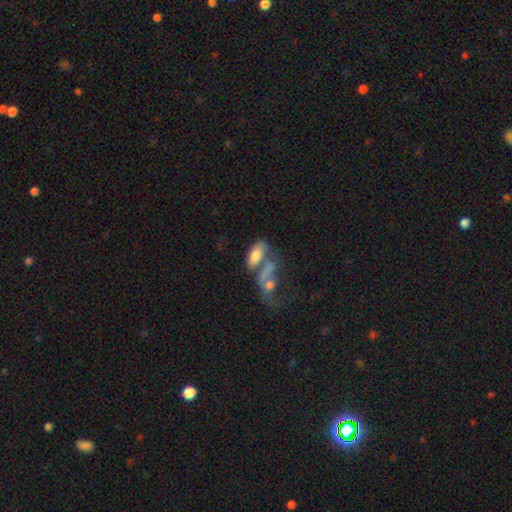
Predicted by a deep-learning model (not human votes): This appears to be a smooth galaxy with no disk features (66%) that is in between round and cigar-shaped (83%). Merging: merger (58%).